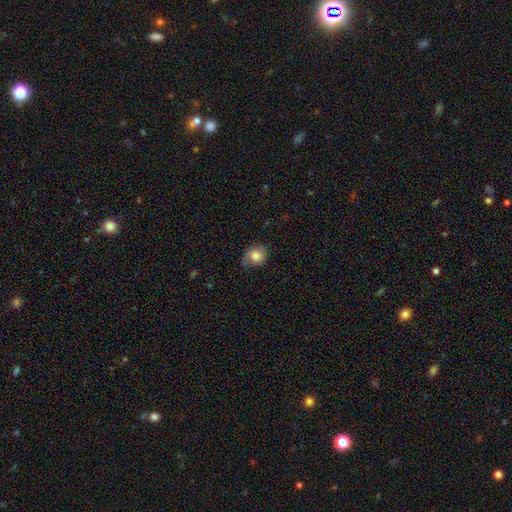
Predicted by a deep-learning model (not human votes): Smooth or featured: smooth — 79% (featured or disk — 12%)
How rounded: round — 68% (in between — 32%)
Merging: none — 58% (minor disturbance — 31%)